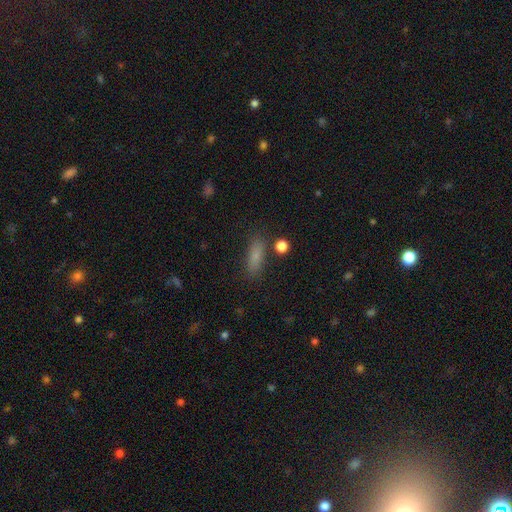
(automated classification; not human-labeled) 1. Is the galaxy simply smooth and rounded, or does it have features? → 79% smooth, 11% star or artifact, 10% featured or disk.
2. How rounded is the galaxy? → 53% in between, 43% cigar-shaped, 4% round.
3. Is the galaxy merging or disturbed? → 81% none, 11% minor disturbance, 4% merger, 3% major disturbance.